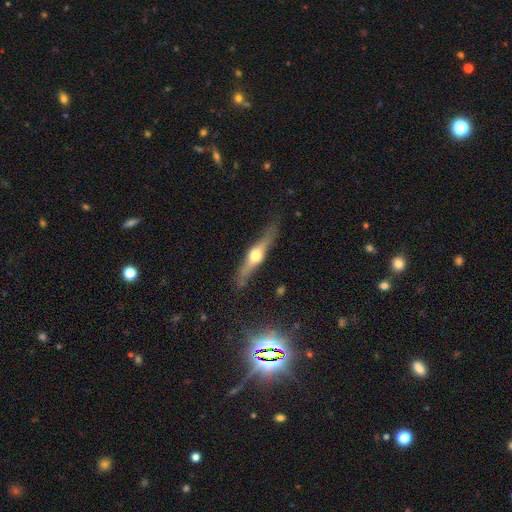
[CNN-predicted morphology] featured or disk 69%, smooth 25%, star or artifact 6%. Down the decision tree: edge-on disk — yes (95%); edge-on bulge — rounded (95%); merging — none (82%).